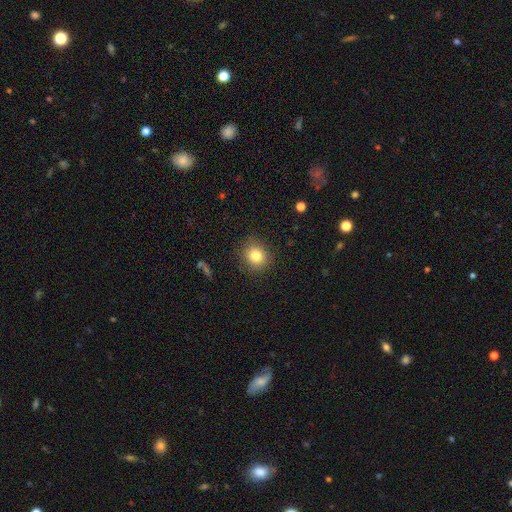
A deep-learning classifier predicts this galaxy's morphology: The model was most divided on "how rounded": round: 81%, in between: 18%, cigar-shaped: 1%. More confident: merging — none (86%); smooth or featured — smooth (82%).